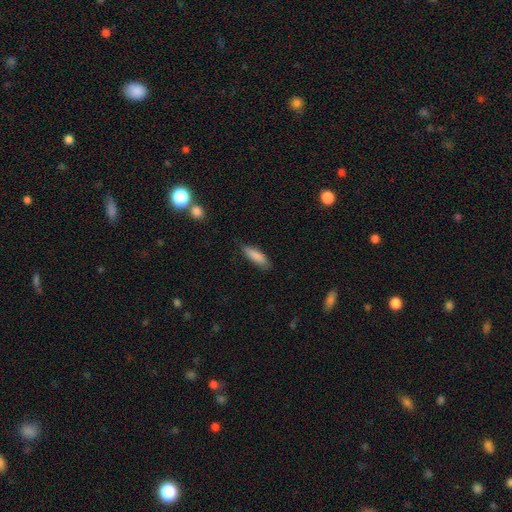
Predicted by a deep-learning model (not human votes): smooth_or_featured: smooth (p=0.86) [alt: featured or disk p=0.08]
how_rounded: cigar-shaped (p=0.53) [alt: in between p=0.46]
merging: none (p=0.78) [alt: minor disturbance p=0.17]